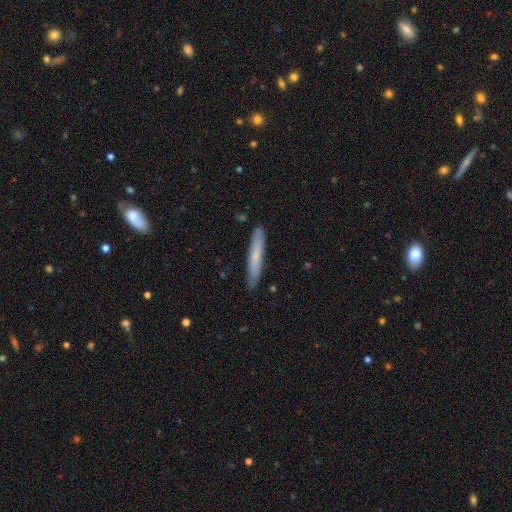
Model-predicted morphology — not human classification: Smooth or featured? Predicted: smooth (p=0.63). How rounded? Predicted: cigar-shaped (p=0.95). Merging? Predicted: none (p=0.89).